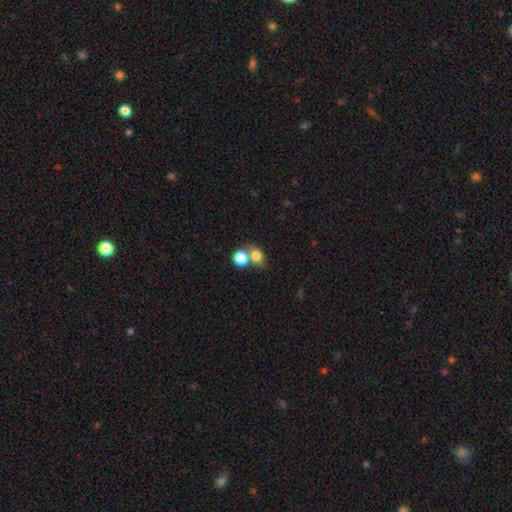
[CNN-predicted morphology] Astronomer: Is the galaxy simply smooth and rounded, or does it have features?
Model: smooth — 79%.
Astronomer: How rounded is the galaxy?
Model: round — 49%, tied with in between at 49%.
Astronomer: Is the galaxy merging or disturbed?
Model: merger — 45% (runner-up: none, 41%).